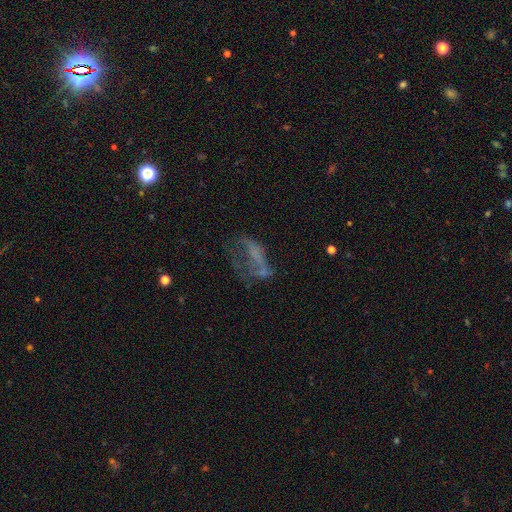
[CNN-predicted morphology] featured or disk 48%, smooth 31%, star or artifact 21%. Down the decision tree: merging — major disturbance (46%).